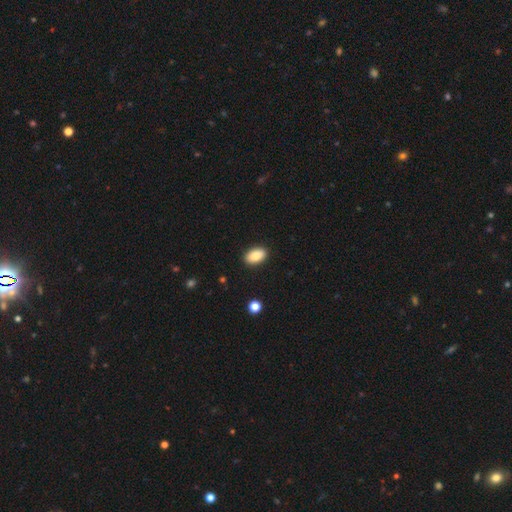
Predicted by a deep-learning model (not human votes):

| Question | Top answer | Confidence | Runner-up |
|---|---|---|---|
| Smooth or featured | smooth | 83% | featured or disk (9%) |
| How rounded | in between | 92% | round (7%) |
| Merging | none | 89% | minor disturbance (8%) |